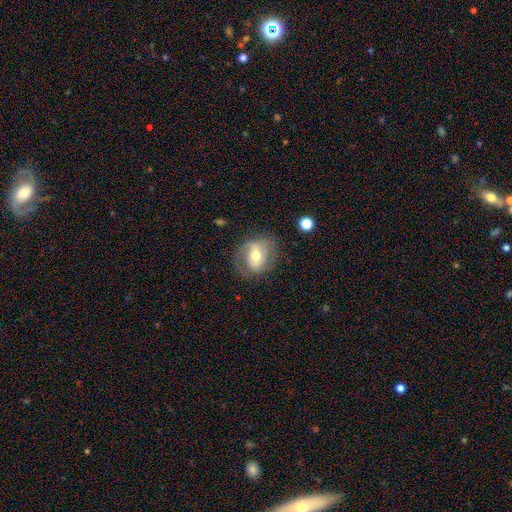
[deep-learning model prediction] This appears to be a featured or disk galaxy (54%) with a weak bar (40%), spiral arms (62%) and a moderate central bulge (70%). Merging: none (68%).